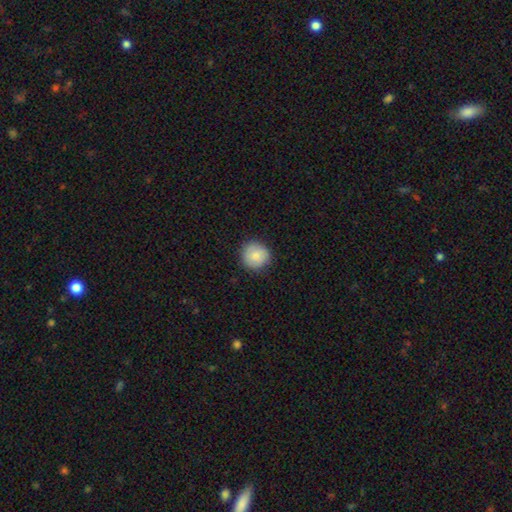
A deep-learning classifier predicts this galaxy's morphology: The model was most divided on "smooth or featured": smooth: 83%, featured or disk: 10%, star or artifact: 8%. More confident: how rounded — round (92%); merging — none (86%).